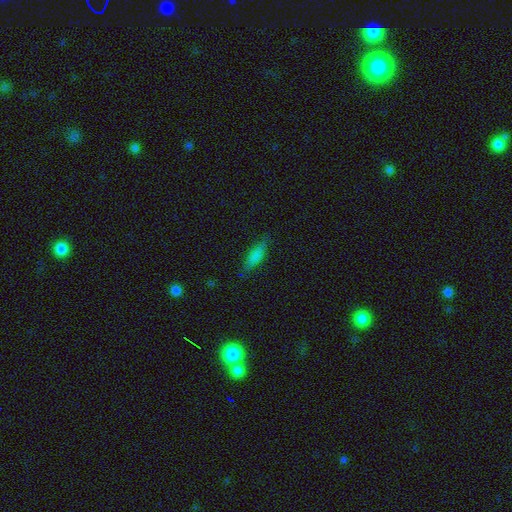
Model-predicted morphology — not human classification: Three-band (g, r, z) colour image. It shows a smooth galaxy with no disk features (75%) that is cigar-shaped (50%). Merging: none (79%).